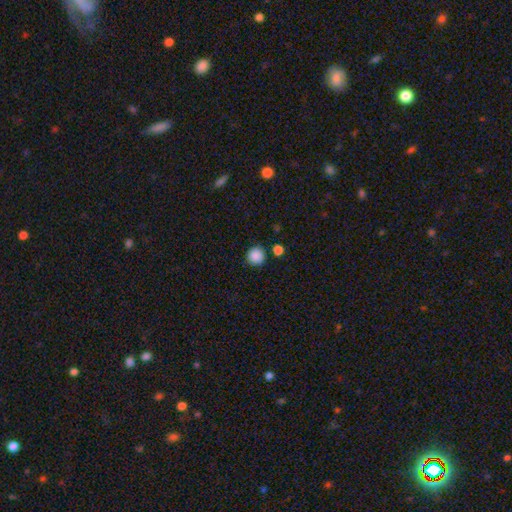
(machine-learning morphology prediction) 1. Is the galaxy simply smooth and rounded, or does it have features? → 88% smooth, 10% star or artifact, 3% featured or disk.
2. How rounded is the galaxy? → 95% round, 4% in between, 1% cigar-shaped.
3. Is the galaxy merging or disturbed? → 87% none, 7% minor disturbance, 4% merger, 2% major disturbance.